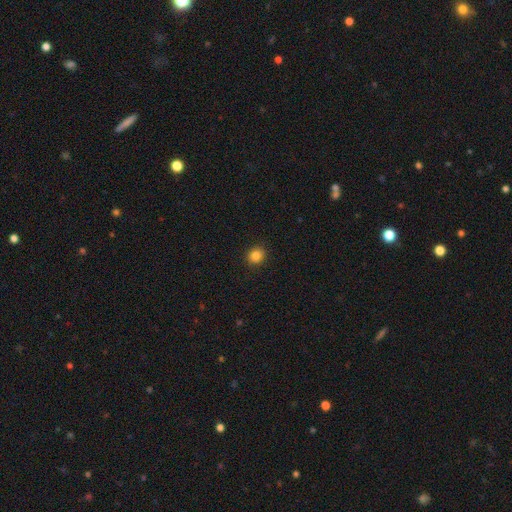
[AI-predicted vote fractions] A smooth galaxy with no disk features (84%) that is round (80%).

Vote fractions:
- Smooth or featured? smooth: 84% / star or artifact: 11% / featured or disk: 5%
- How rounded? round: 80% / in between: 19% / cigar-shaped: 1%
- Merging? none: 91% / minor disturbance: 6% / major disturbance: 2% / merger: 1%